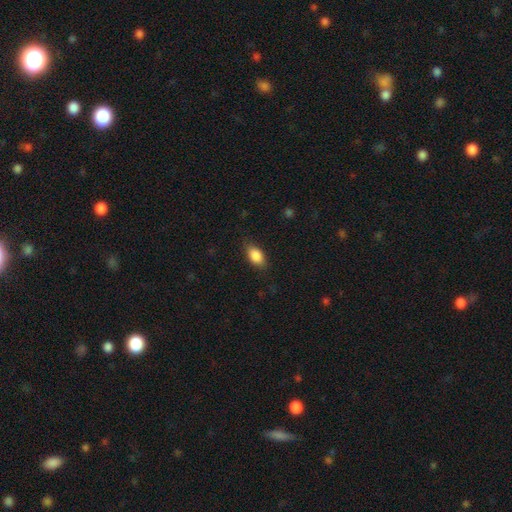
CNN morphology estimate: Overall: smooth (87%). How rounded: in between (88%). Merging: none (79%).